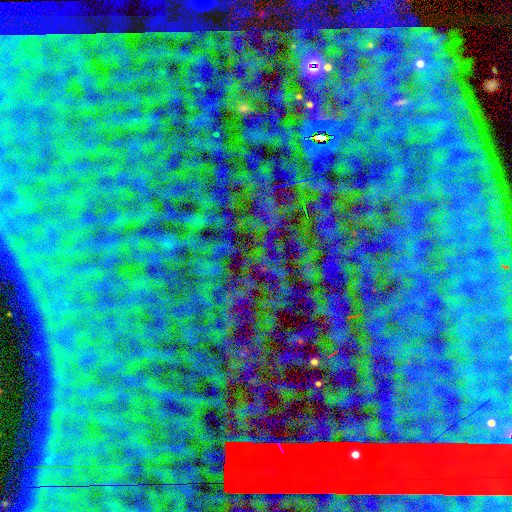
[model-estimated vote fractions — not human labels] Smooth or featured? star or artifact (85%)